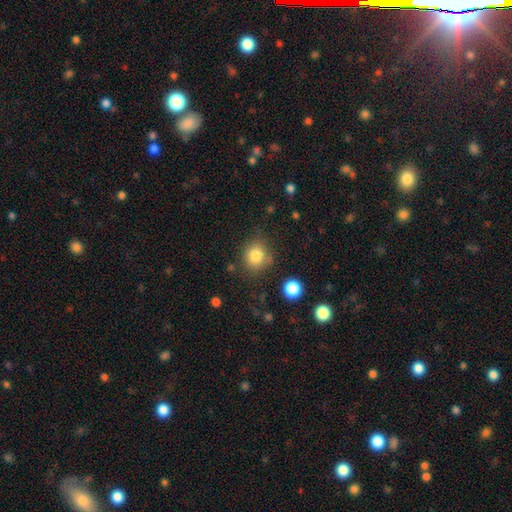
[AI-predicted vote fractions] A smooth galaxy with no disk features (83%) that is round (79%). Merging: none (77%).